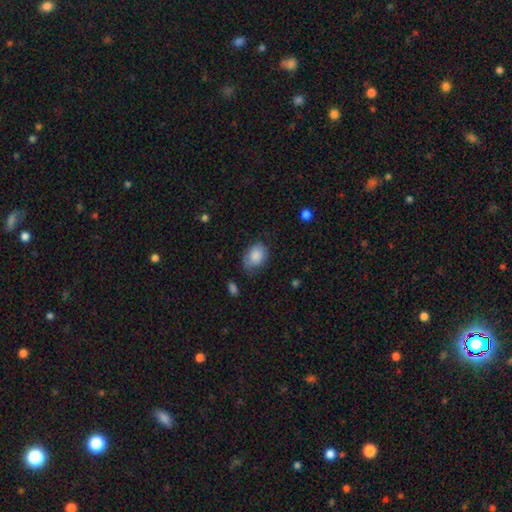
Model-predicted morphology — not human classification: Smooth or featured: smooth — 84% (featured or disk — 9%)
How rounded: in between — 77% (round — 22%)
Merging: none — 61% (minor disturbance — 30%)